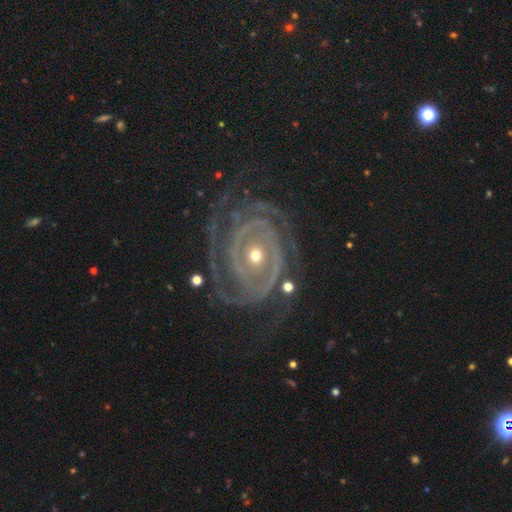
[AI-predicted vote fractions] Q: Smooth or featured?
A: featured or disk (90%); runner-up: star or artifact (5%)
Q: Edge-on disk?
A: no (97%); runner-up: yes (3%)
Q: Bar?
A: no (77%); runner-up: weak (15%)
Q: Spiral arms?
A: yes (95%); runner-up: no (5%)
Q: Spiral winding?
A: tight (74%); runner-up: medium (21%)
Q: Spiral arm count?
A: 2 (32%); runner-up: 3 (21%)
Q: Bulge size?
A: moderate (48%); tied with: small (48%)
Q: Merging?
A: none (65%); runner-up: minor disturbance (17%)